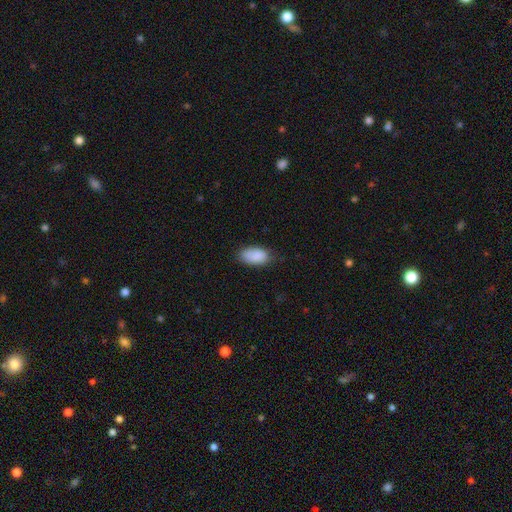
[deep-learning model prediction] Q: Smooth or featured?
A: smooth (88%); runner-up: star or artifact (7%)
Q: How rounded?
A: in between (94%); runner-up: round (4%)
Q: Merging?
A: none (72%); runner-up: minor disturbance (22%)